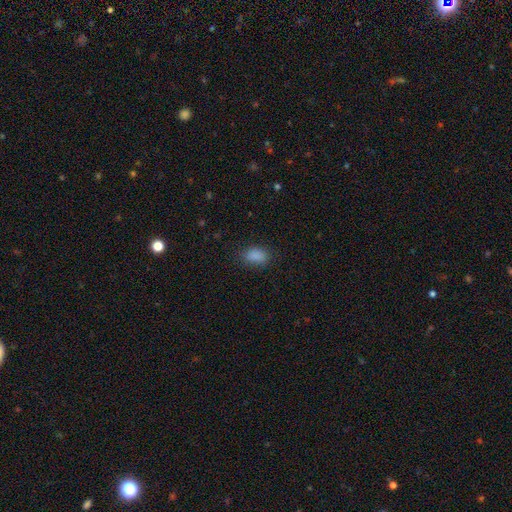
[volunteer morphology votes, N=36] Q: Smooth or featured?
A: smooth (92%); runner-up: star or artifact (6%)
Q: How rounded?
A: in between (88%); runner-up: round (9%)
Q: Merging?
A: none (82%); runner-up: minor disturbance (12%)